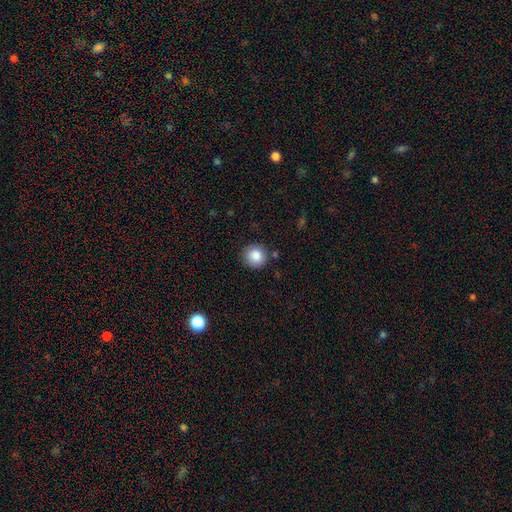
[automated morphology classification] smooth 87%, star or artifact 9%, featured or disk 4%. Down the decision tree: how rounded — round (92%); merging — none (86%).